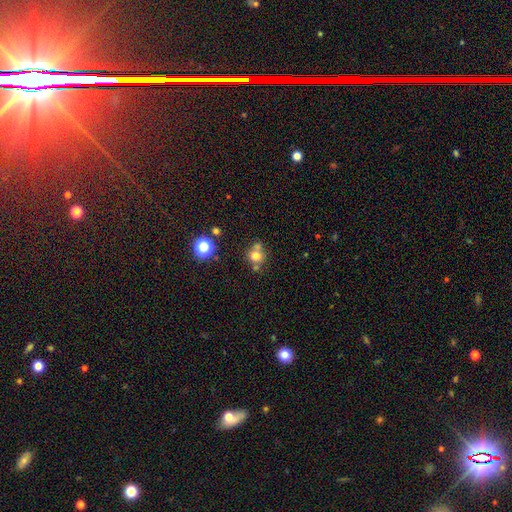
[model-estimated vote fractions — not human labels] smooth 71%, star or artifact 16%, featured or disk 13%. Down the decision tree: how rounded — round (82%); merging — none (53%).